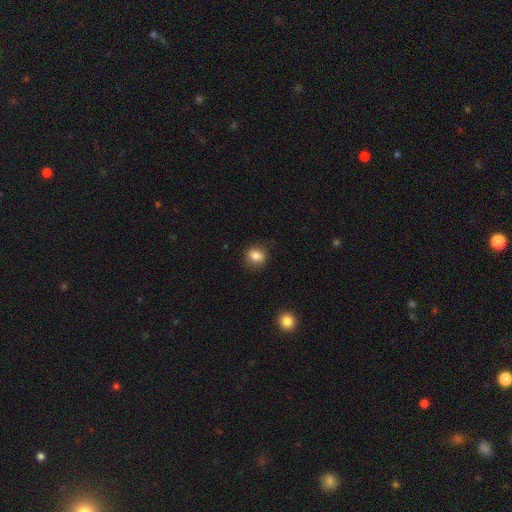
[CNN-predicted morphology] A smooth galaxy with no disk features (84%) that is round (64%). Merging: none (84%).